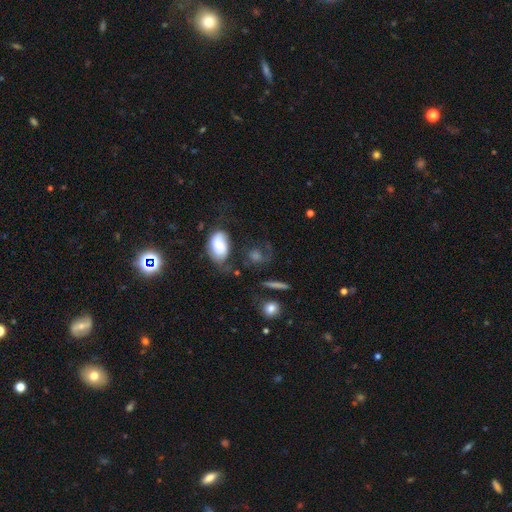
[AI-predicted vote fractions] Smooth or featured? Predicted: smooth (p=0.48). Merging? Predicted: none (p=0.45).